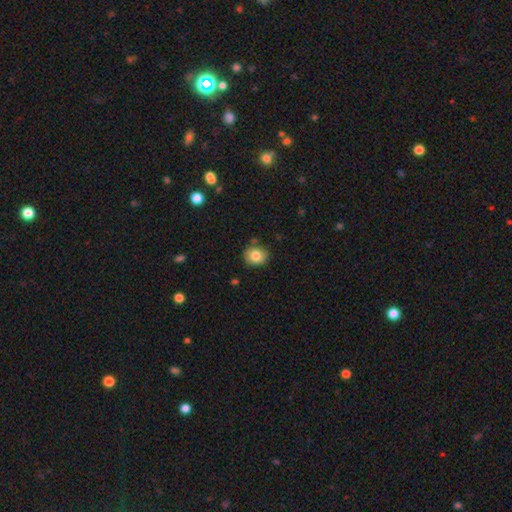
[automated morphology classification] Smooth or featured? Predicted: smooth (p=0.82). How rounded? Predicted: round (p=0.71). Merging? Predicted: none (p=0.82).